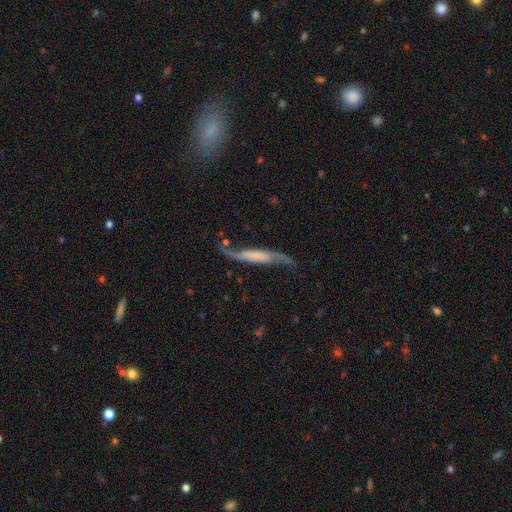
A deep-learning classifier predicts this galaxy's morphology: Smooth or featured? Predicted: featured or disk (p=0.76). Edge-on disk? Predicted: no (p=0.65). Merging? Predicted: none (p=0.63).